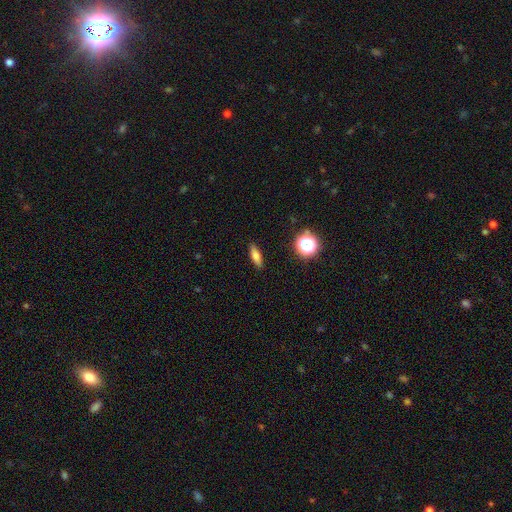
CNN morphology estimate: smooth-or-featured: smooth: 72% | featured or disk: 17% | star or artifact: 11%
  how-rounded: in between: 49% | cigar-shaped: 45% | round: 7%
  merging: none: 89% | minor disturbance: 8% | major disturbance: 2% | merger: 1%